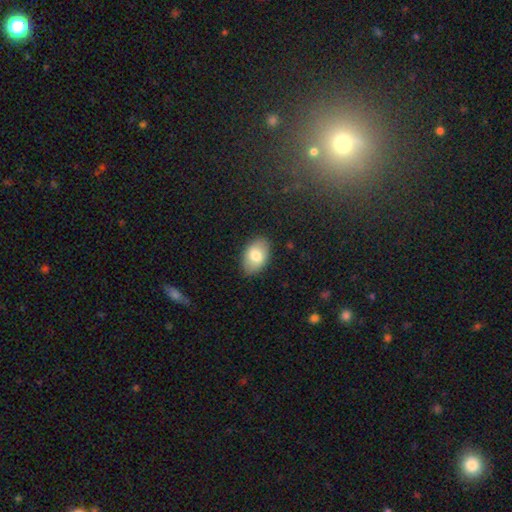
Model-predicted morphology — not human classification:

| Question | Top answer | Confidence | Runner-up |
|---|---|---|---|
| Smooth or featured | smooth | 76% | featured or disk (17%) |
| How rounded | in between | 89% | round (10%) |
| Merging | none | 85% | minor disturbance (11%) |